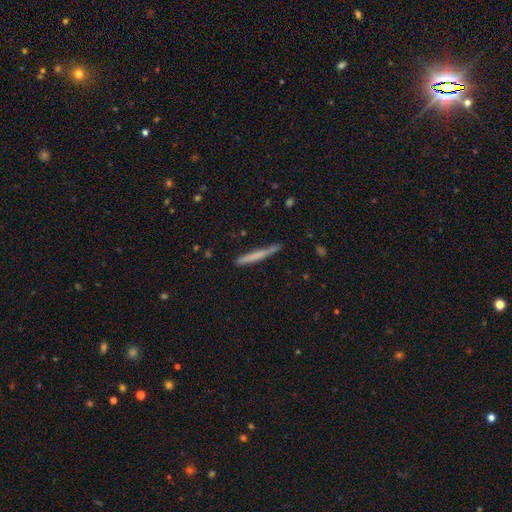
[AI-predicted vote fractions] A smooth galaxy with no disk features (62%) that is cigar-shaped (96%).

Vote fractions:
- Smooth or featured? smooth: 62% / featured or disk: 32% / star or artifact: 6%
- How rounded? cigar-shaped: 96% / in between: 2% / round: 1%
- Merging? none: 84% / minor disturbance: 12% / major disturbance: 2% / merger: 2%